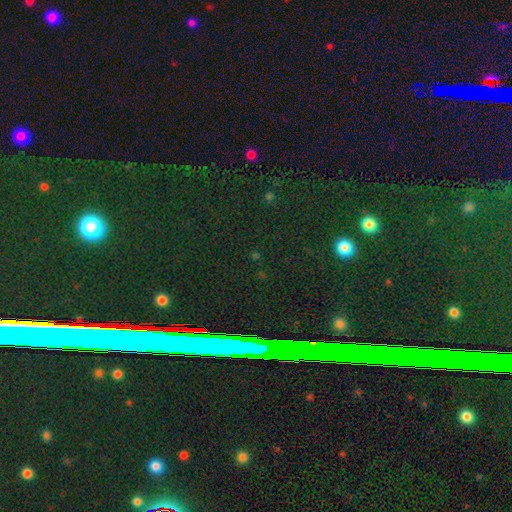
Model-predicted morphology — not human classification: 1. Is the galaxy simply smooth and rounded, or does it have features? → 71% star or artifact, 19% smooth, 10% featured or disk.